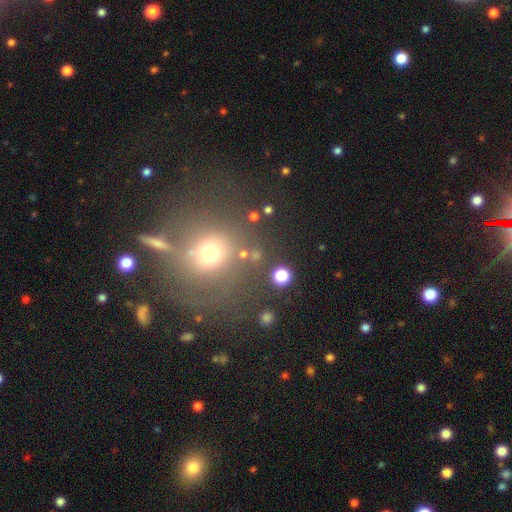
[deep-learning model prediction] A smooth galaxy with no disk features (62%) that is round (83%). Merging: none (67%).